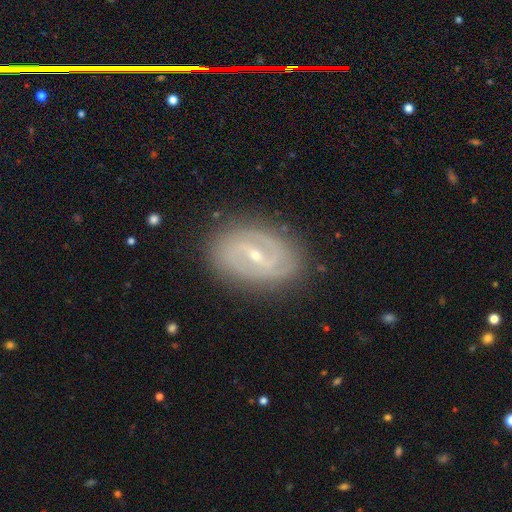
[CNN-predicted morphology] A featured or disk galaxy (84%) with a weak bar (46%), 2 (73%) tight (50%) spiral arms (91%) and a small central bulge (68%).

Vote fractions:
- Smooth or featured? featured or disk: 84% / smooth: 10% / star or artifact: 6%
- Edge-on disk? no: 95% / yes: 5%
- Bar? weak: 46% / strong: 35% / no: 19%
- Spiral arms? yes: 91% / no: 9%
- Spiral winding? tight: 50% / medium: 38% / loose: 12%
- Spiral arm count? 2: 73% / can't tell: 13% / 3: 7% / 1: 3% / 4: 2% / more than 4: 2%
- Bulge size? small: 68% / moderate: 30% / large: 1% / none: 1% / dominant: 1%
- Merging? none: 83% / minor disturbance: 12% / major disturbance: 3% / merger: 1%